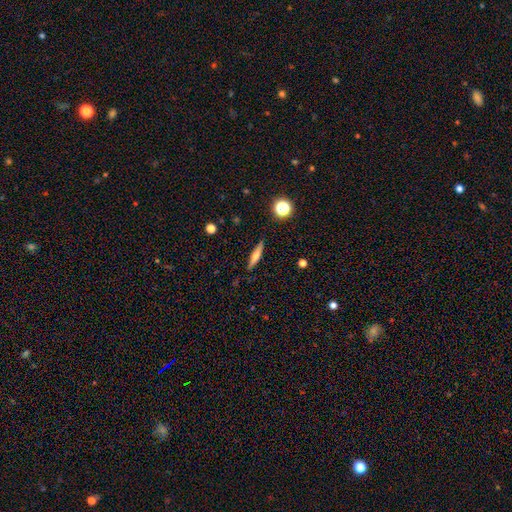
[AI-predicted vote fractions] A smooth galaxy with no disk features (49%). Merging: none (89%).